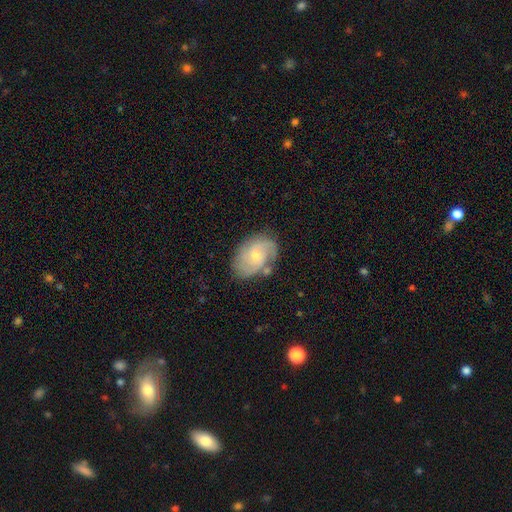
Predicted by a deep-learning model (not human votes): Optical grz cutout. It shows a featured or disk galaxy (70%) with no bar (66%), 2 (42%) tight (48%) spiral arms (91%) and a small central bulge (56%). Merging: none (69%).